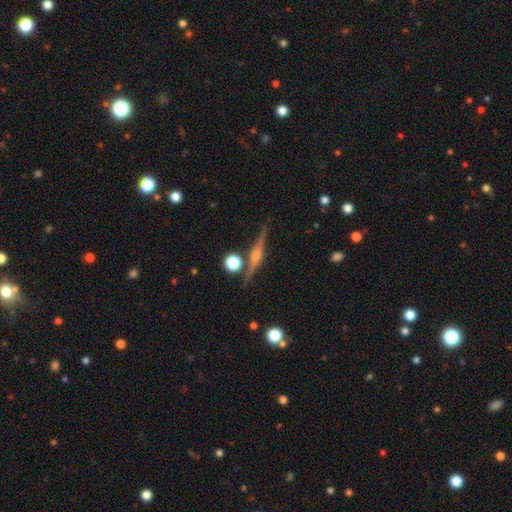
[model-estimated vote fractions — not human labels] A featured or disk galaxy (79%) viewed edge-on (97%) with a rounded central bulge (80%). Merging: none (85%).